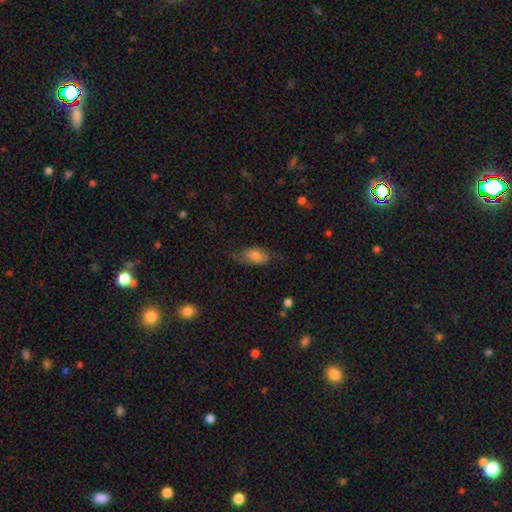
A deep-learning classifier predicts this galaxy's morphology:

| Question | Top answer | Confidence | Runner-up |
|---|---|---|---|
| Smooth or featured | smooth | 61% | featured or disk (30%) |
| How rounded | in between | 87% | cigar-shaped (7%) |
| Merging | none | 58% | minor disturbance (26%) |